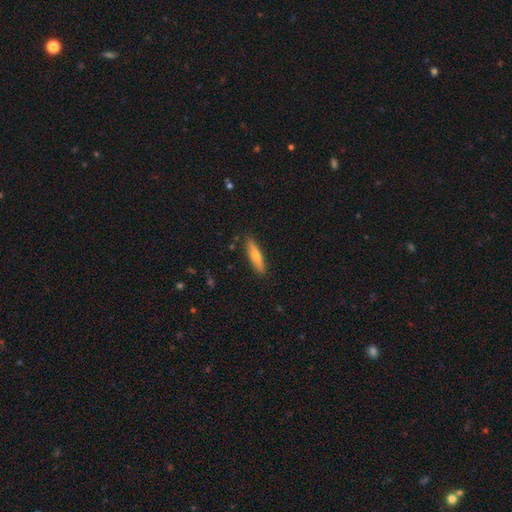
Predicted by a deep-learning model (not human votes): Morphology: type=smooth (65%); roundness=cigar-shaped (81%); merging=none (87%).